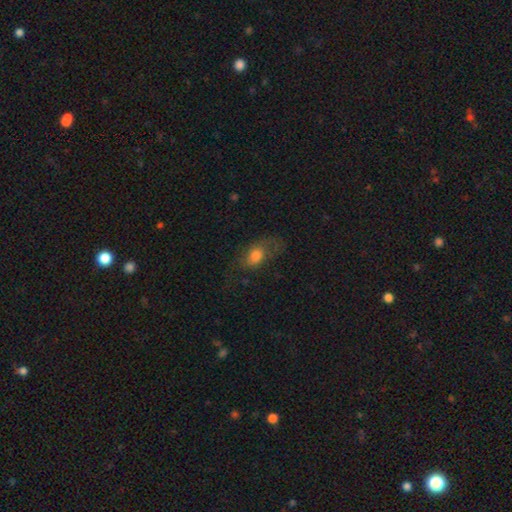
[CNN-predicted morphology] smooth 63%, featured or disk 26%, star or artifact 10%. Down the decision tree: how rounded — in between (78%); merging — none (49%).